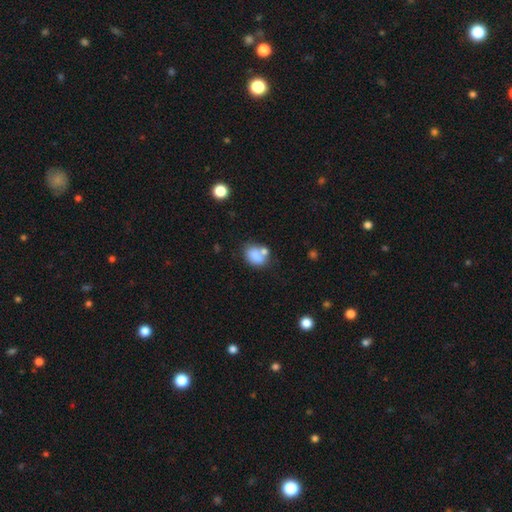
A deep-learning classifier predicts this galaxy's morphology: smooth 78%, featured or disk 12%, star or artifact 10%. Down the decision tree: how rounded — in between (69%); merging — none (47%).